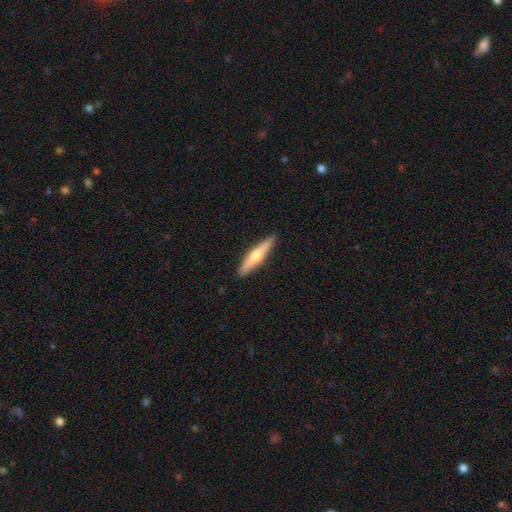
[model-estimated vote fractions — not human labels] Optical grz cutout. It shows a featured or disk galaxy (52%) viewed edge-on (95%). Merging: none (91%).